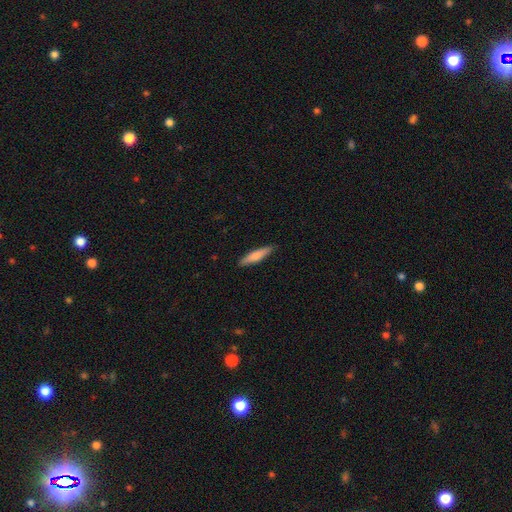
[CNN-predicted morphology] smooth 75%, featured or disk 20%, star or artifact 5%. Down the decision tree: how rounded — cigar-shaped (79%); merging — none (89%).